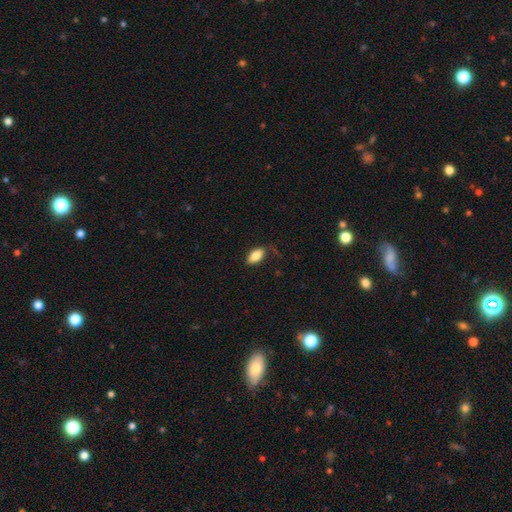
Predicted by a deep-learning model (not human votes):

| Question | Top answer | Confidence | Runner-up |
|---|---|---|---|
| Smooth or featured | smooth | 83% | featured or disk (10%) |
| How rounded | in between | 91% | cigar-shaped (6%) |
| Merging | none | 69% | minor disturbance (22%) |